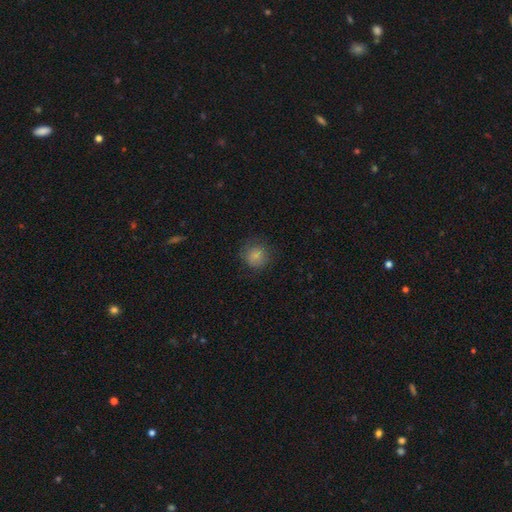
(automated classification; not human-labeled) Smooth or featured: smooth — 83% (star or artifact — 10%)
How rounded: round — 89% (in between — 10%)
Merging: none — 81% (minor disturbance — 13%)